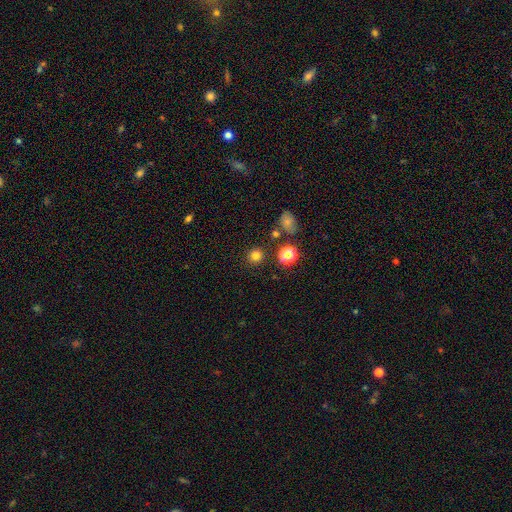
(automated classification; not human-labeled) Overall: smooth (79%). How rounded: round (92%). Merging: none (88%).